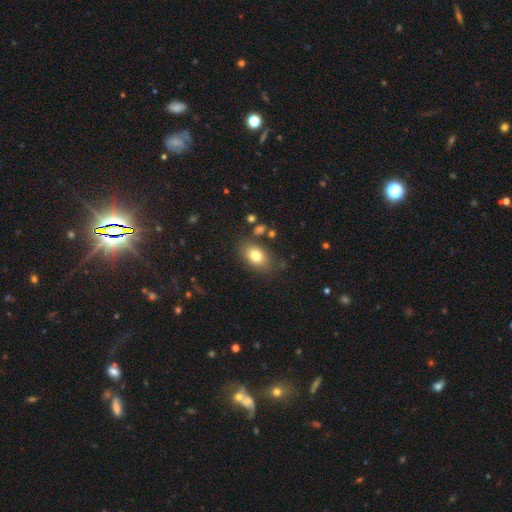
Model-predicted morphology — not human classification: This appears to be a smooth galaxy with no disk features (79%) that is in between round and cigar-shaped (84%). Merging: none (79%).